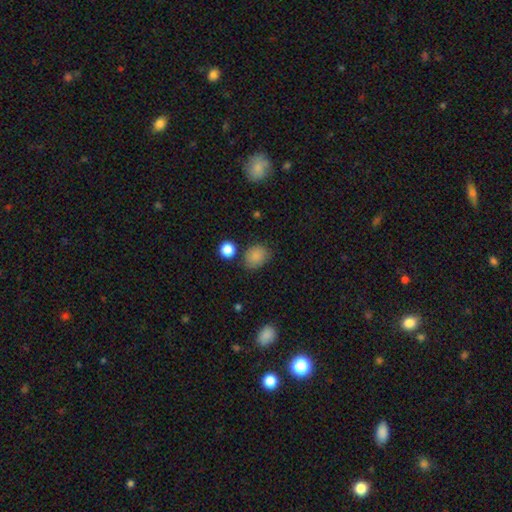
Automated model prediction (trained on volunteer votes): This appears to be a smooth galaxy with no disk features (84%) that is round (55%). Merging: none (73%).